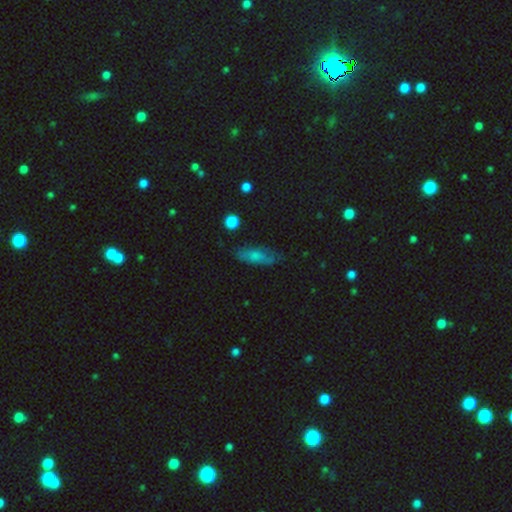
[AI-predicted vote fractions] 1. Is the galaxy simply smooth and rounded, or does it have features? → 66% smooth, 26% featured or disk, 8% star or artifact.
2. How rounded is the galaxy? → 67% in between, 29% cigar-shaped, 3% round.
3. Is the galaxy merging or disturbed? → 68% none, 24% minor disturbance, 7% major disturbance, 2% merger.